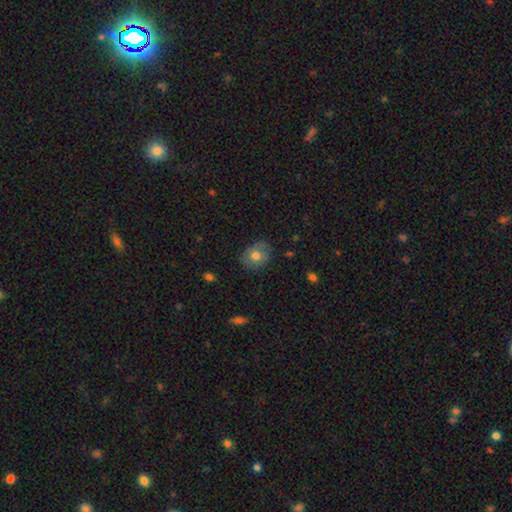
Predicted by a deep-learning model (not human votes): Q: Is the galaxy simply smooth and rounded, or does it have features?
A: smooth — 68%.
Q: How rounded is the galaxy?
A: in between — 50%.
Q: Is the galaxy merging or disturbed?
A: none — 73%.